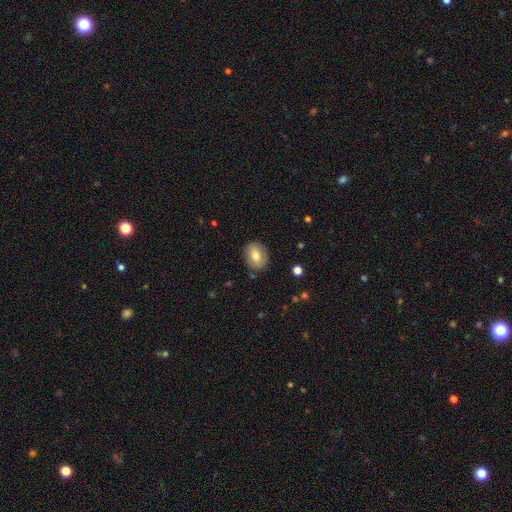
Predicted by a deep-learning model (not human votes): The model was most divided on "how rounded": in between: 60%, round: 38%, cigar-shaped: 1%. More confident: merging — none (84%); smooth or featured — smooth (71%).